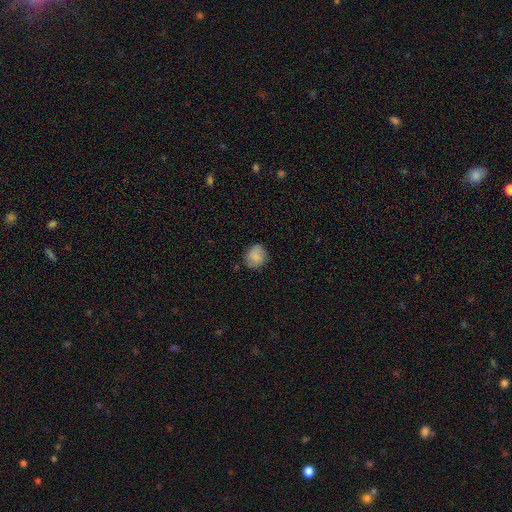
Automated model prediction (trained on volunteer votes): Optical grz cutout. It shows a smooth galaxy with no disk features (80%) that is round (77%). Merging: none (75%).